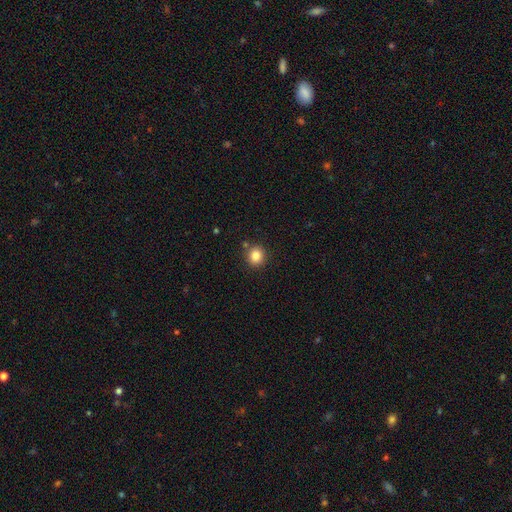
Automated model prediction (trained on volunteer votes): Overall: smooth (84%). How rounded: round (86%). Merging: none (85%).